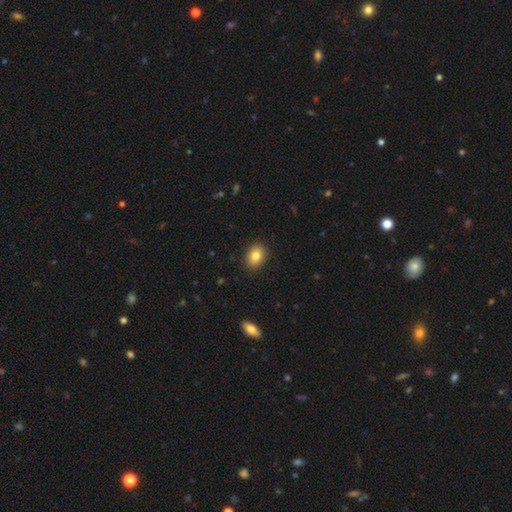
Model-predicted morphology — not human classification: This is clearly a smooth galaxy (83%). How rounded: likely in between (66%). Merging: clearly none (89%).